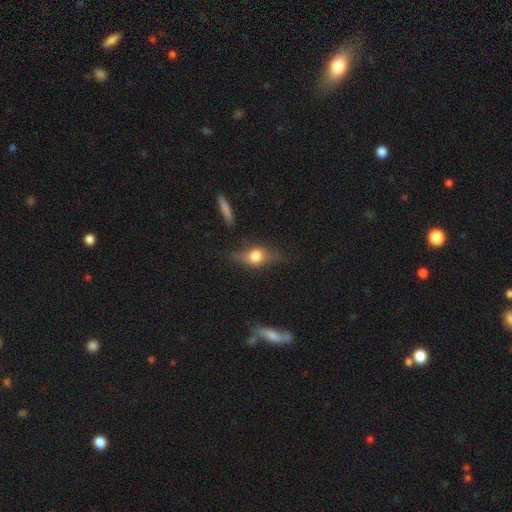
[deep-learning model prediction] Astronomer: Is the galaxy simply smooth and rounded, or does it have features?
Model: smooth — 51% (runner-up: featured or disk, 37%).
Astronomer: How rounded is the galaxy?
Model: in between — 55%.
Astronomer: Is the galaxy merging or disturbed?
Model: none — 70%.